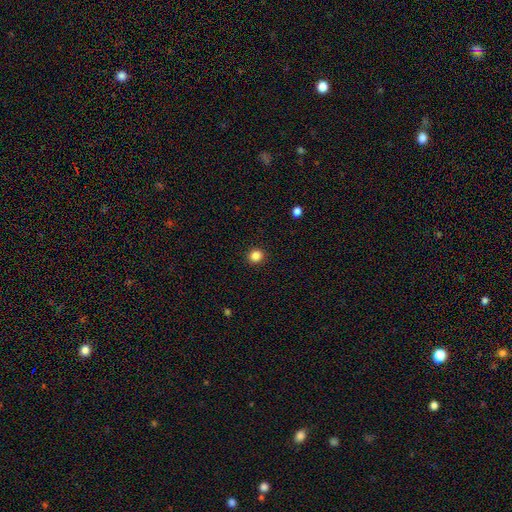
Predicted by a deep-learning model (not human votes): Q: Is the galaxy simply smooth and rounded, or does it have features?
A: smooth — 85%.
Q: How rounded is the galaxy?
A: round — 88%.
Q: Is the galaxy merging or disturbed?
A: none — 92%.